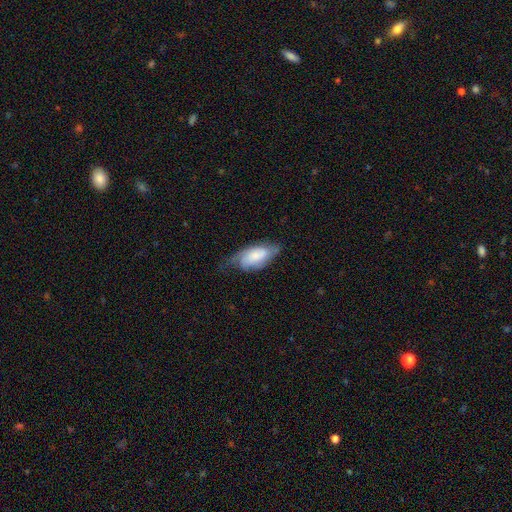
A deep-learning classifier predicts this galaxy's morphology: Smooth or featured: smooth — 50% (featured or disk — 43%)
How rounded: in between — 89% (cigar-shaped — 8%)
Merging: none — 48% (minor disturbance — 33%)